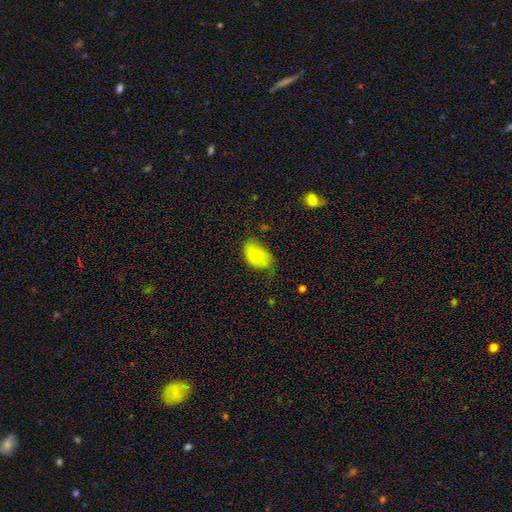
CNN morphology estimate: Q: Smooth or featured?
A: smooth (79%); runner-up: featured or disk (13%)
Q: How rounded?
A: in between (90%); runner-up: round (8%)
Q: Merging?
A: none (49%); runner-up: minor disturbance (37%)